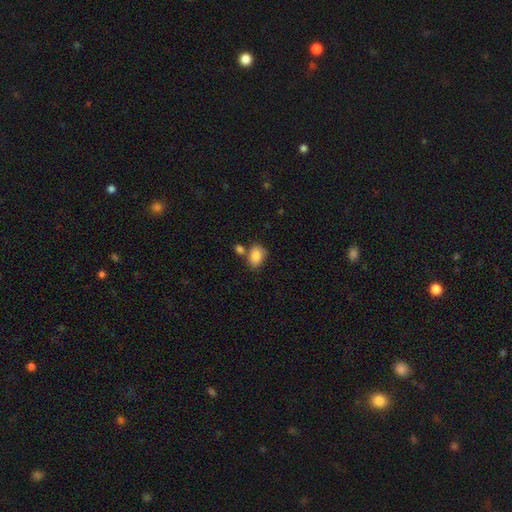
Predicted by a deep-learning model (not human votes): Overall: smooth (85%). How rounded: in between (73%). Merging: none (58%; merger 21%).